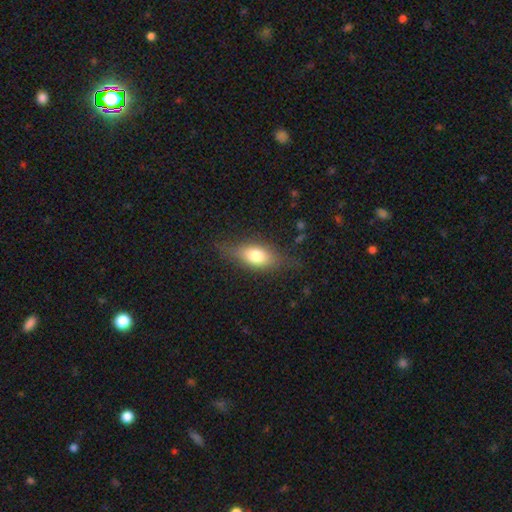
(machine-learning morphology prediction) Smooth or featured? Predicted: smooth (p=0.66). How rounded? Predicted: in between (p=0.75). Merging? Predicted: none (p=0.71).